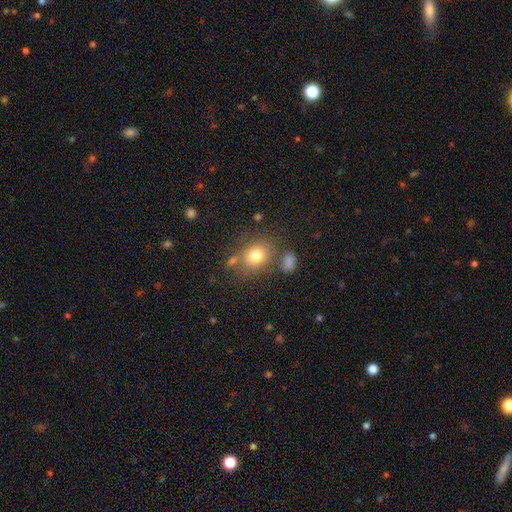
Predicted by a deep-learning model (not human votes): Morphology: type=smooth (77%); roundness=round (53%); merging=none (70%).